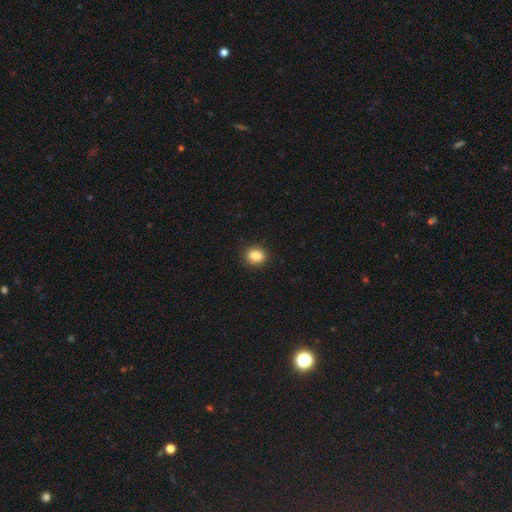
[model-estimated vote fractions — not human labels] A smooth galaxy with no disk features (87%) that is in between round and cigar-shaped (56%).

Vote fractions:
- Smooth or featured? smooth: 87% / star or artifact: 9% / featured or disk: 4%
- How rounded? in between: 56% / round: 42% / cigar-shaped: 1%
- Merging? none: 87% / minor disturbance: 10% / major disturbance: 2% / merger: 1%